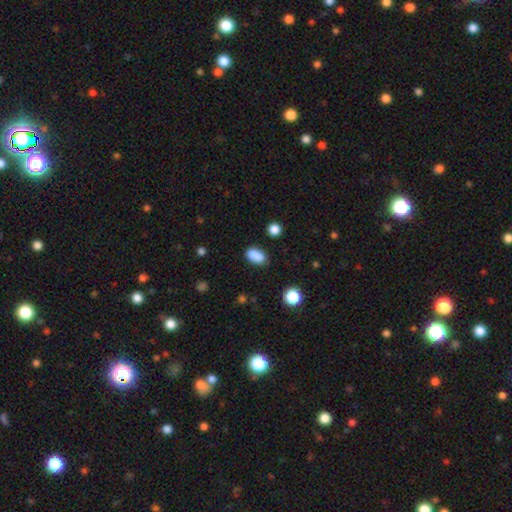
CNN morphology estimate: type=smooth (87%); roundness=in between (90%); merging=none (82%).